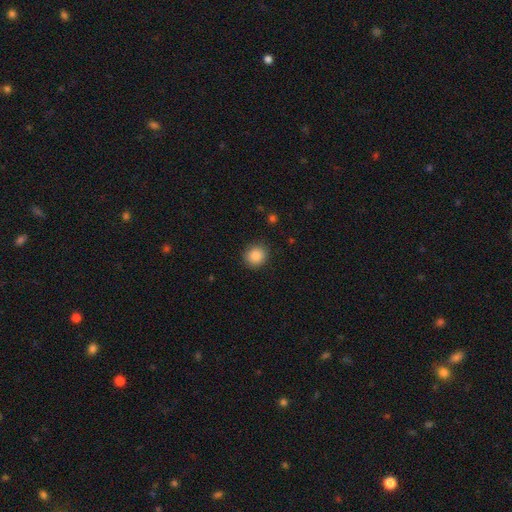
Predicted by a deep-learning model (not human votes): Overall: smooth (87%). How rounded: round (88%). Merging: none (88%).